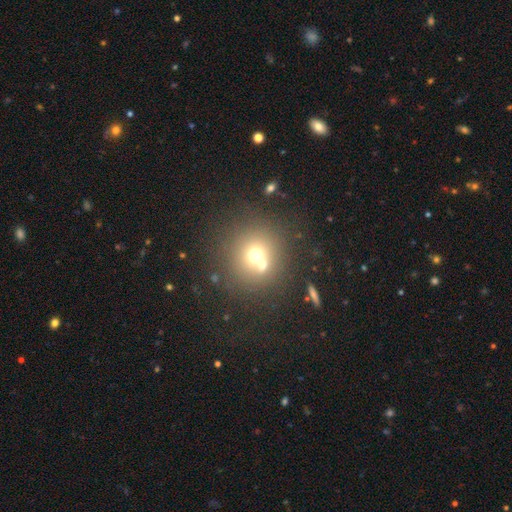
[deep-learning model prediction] A smooth galaxy with no disk features (65%) that is round (89%).

Vote fractions:
- Smooth or featured? smooth: 65% / star or artifact: 18% / featured or disk: 17%
- How rounded? round: 89% / in between: 10% / cigar-shaped: 1%
- Merging? none: 54% / merger: 34% / minor disturbance: 8% / major disturbance: 4%